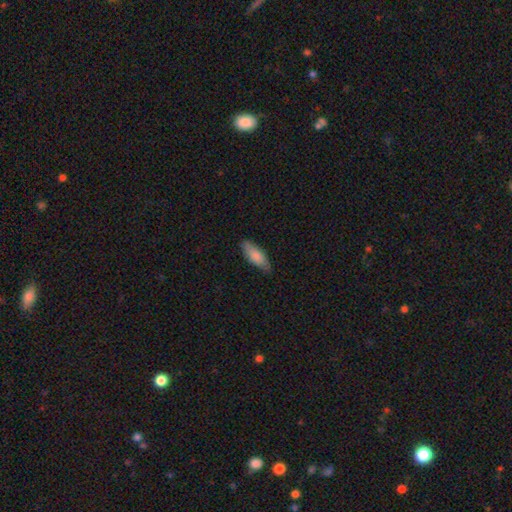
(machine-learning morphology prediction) type=smooth (83%); roundness=in between (69%); merging=none (81%).